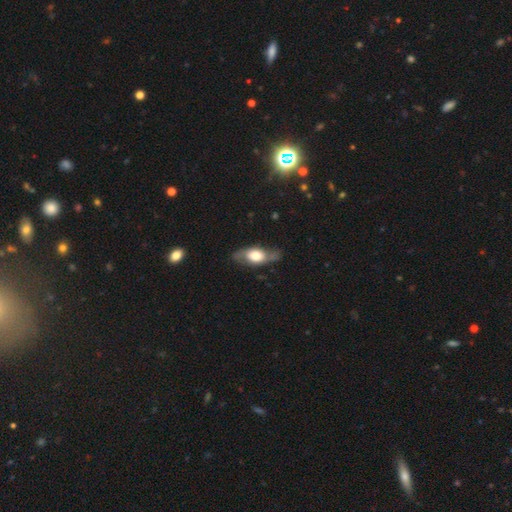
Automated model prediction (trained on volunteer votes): This appears to be a featured or disk galaxy (52%). Merging: none (72%).